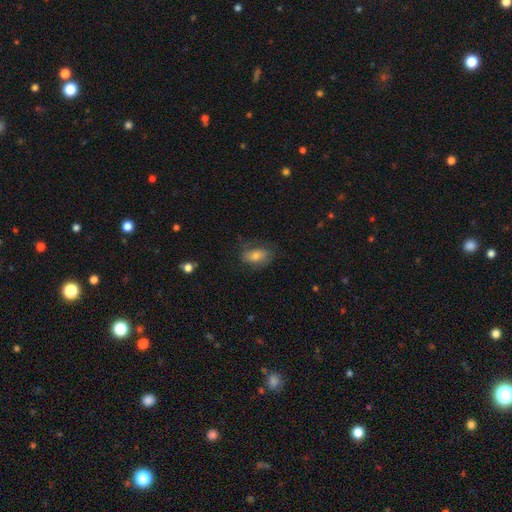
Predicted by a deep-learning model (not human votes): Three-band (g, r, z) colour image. It shows a smooth galaxy with no disk features (60%) that is in between round and cigar-shaped (85%). Merging: none (62%).